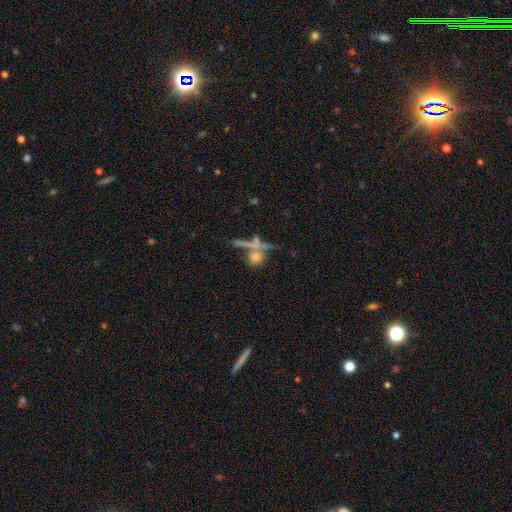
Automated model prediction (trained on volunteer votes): This is possibly a smooth galaxy (46%). Merging: possibly none (51%).